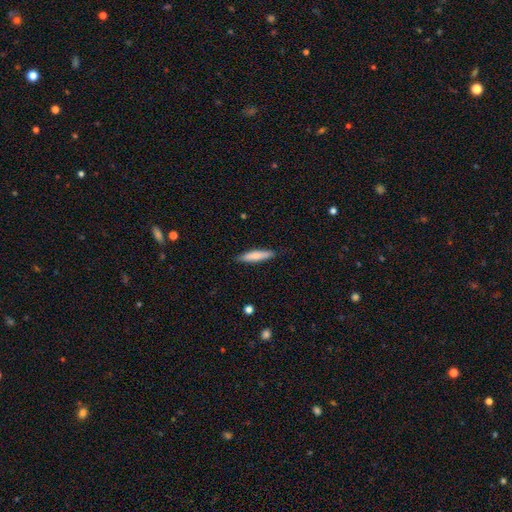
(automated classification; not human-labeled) This is likely a smooth galaxy (76%). How rounded: clearly cigar-shaped (82%). Merging: clearly none (86%).